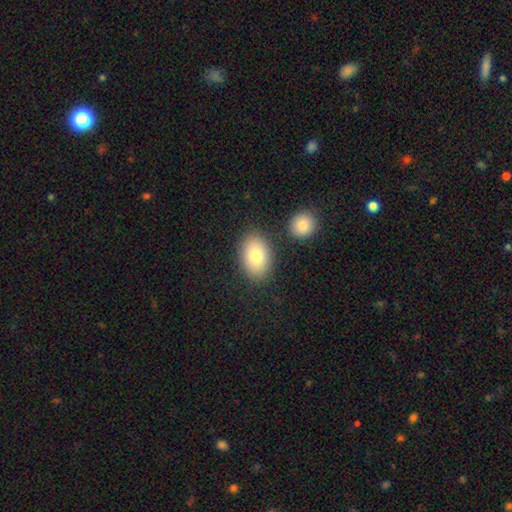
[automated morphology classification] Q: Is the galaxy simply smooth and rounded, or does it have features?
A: smooth — 81%.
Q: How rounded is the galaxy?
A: in between — 85%.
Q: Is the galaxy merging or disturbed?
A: none — 81%.